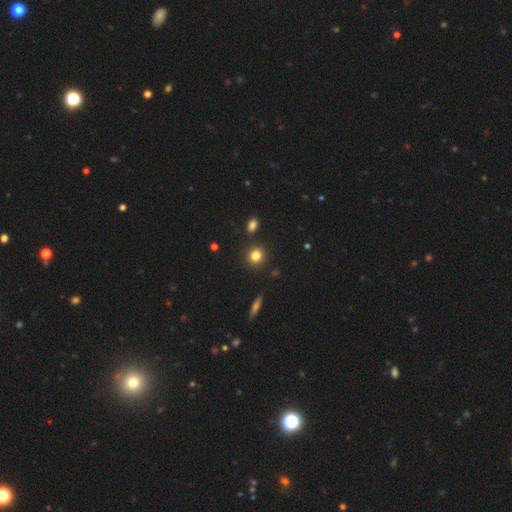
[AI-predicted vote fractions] Morphology: type=smooth (82%); roundness=round (86%); merging=none (87%).